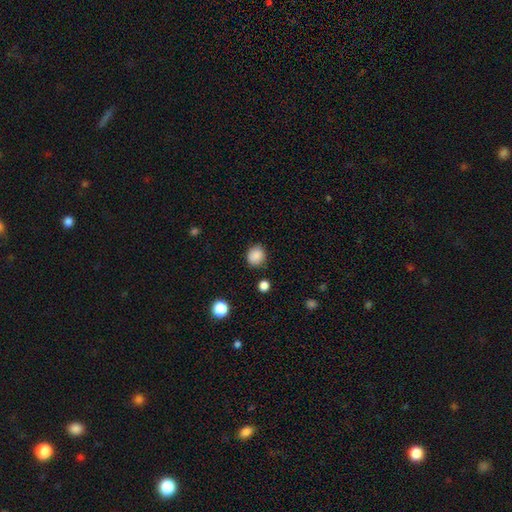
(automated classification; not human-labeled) Smooth or featured? Predicted: smooth (p=0.87). How rounded? Predicted: round (p=0.79). Merging? Predicted: none (p=0.84).